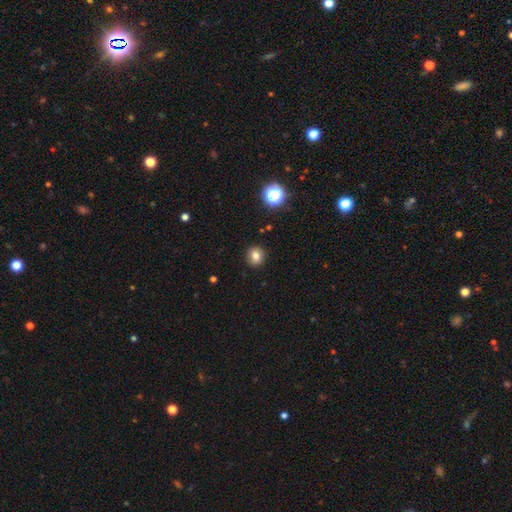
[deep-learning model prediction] Smooth or featured?
  - smooth: 79% *
  - star or artifact: 13%
  - featured or disk: 8%
How rounded?
  - round: 88% *
  - in between: 11%
  - cigar-shaped: 1%
Merging?
  - none: 91% *
  - minor disturbance: 6%
  - major disturbance: 2%
  - merger: 1%